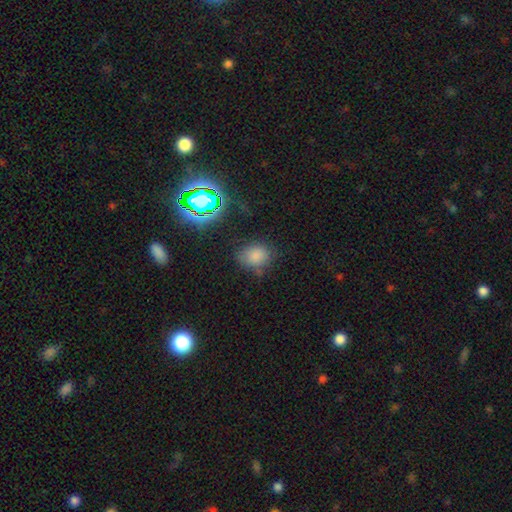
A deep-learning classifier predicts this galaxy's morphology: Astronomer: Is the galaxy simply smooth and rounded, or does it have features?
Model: smooth — 74%.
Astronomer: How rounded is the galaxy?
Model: in between — 59% (runner-up: round, 40%).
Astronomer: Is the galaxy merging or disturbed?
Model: none — 65%.